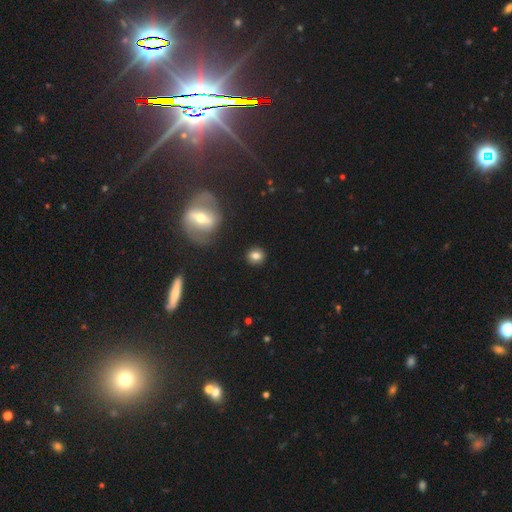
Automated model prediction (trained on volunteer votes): Smooth or featured? Predicted: smooth (p=0.78). How rounded? Predicted: round (p=0.75). Merging? Predicted: none (p=0.88).